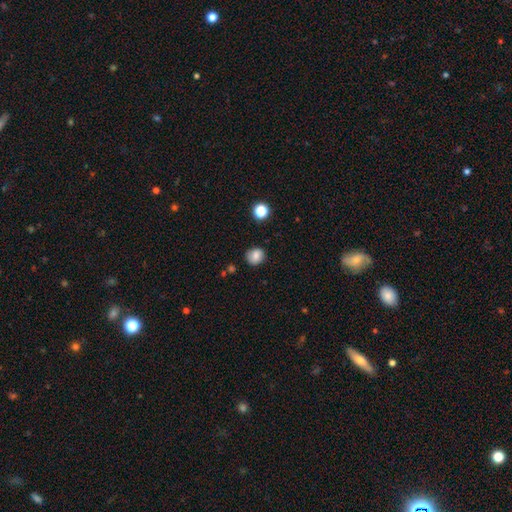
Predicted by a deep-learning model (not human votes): A smooth galaxy with no disk features (80%) that is round (78%). Merging: none (82%).